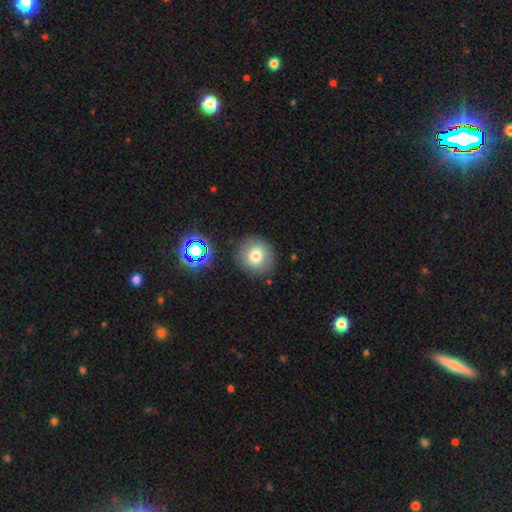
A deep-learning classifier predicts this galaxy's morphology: This is likely a smooth galaxy (71%). How rounded: clearly round (93%). Merging: clearly none (85%).